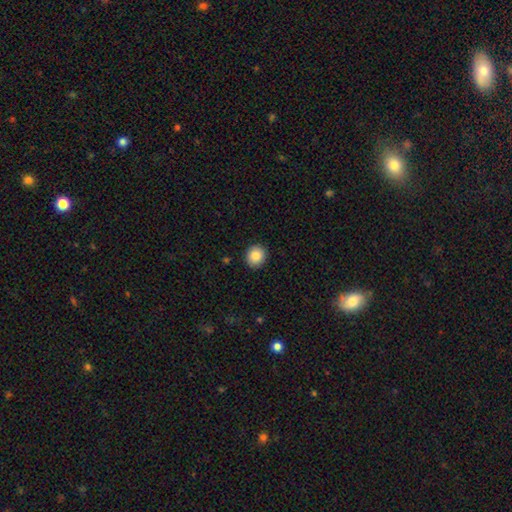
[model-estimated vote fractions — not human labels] smooth-or-featured: smooth: 87% | star or artifact: 8% | featured or disk: 5%
  how-rounded: round: 85% | in between: 14% | cigar-shaped: 1%
  merging: none: 91% | minor disturbance: 6% | major disturbance: 2% | merger: 1%